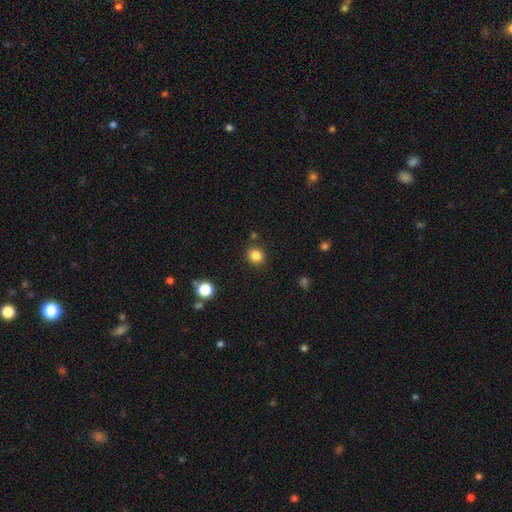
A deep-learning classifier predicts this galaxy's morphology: Smooth or featured?
  - smooth: 84% *
  - star or artifact: 12%
  - featured or disk: 4%
How rounded?
  - round: 83% *
  - in between: 16%
  - cigar-shaped: 1%
Merging?
  - none: 86% *
  - minor disturbance: 8%
  - merger: 3%
  - major disturbance: 2%